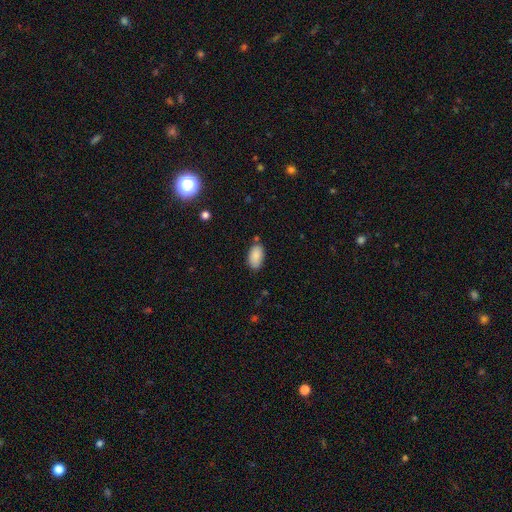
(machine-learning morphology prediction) Smooth or featured? smooth (88%)
How rounded? in between (94%)
Merging? none (75%)